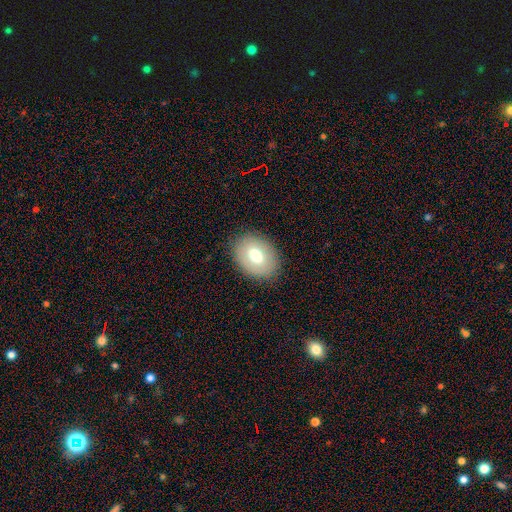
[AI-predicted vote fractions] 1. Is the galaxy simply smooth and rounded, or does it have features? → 69% smooth, 23% featured or disk, 8% star or artifact.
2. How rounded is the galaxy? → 71% in between, 28% round, 1% cigar-shaped.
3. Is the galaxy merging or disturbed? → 86% none, 10% minor disturbance, 3% major disturbance, 1% merger.